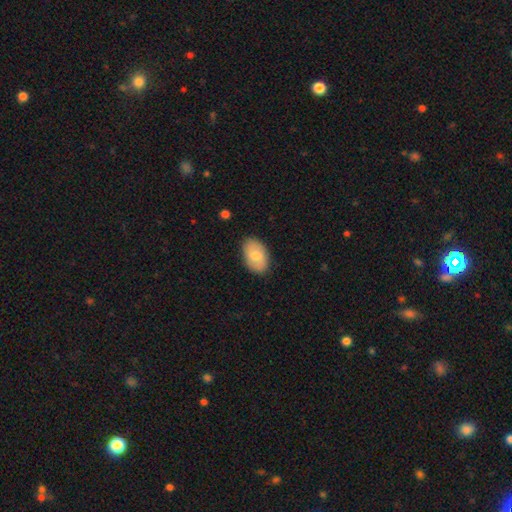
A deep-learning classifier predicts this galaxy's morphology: This appears to be a smooth galaxy with no disk features (70%) that is in between round and cigar-shaped (91%). Merging: none (84%).